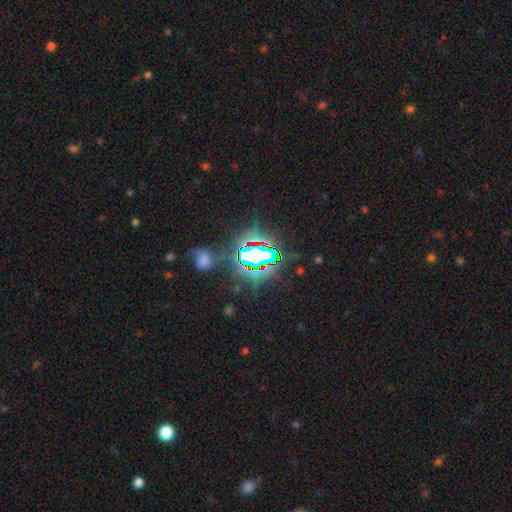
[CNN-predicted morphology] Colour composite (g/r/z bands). It shows a star or artifact, not a galaxy (73%).